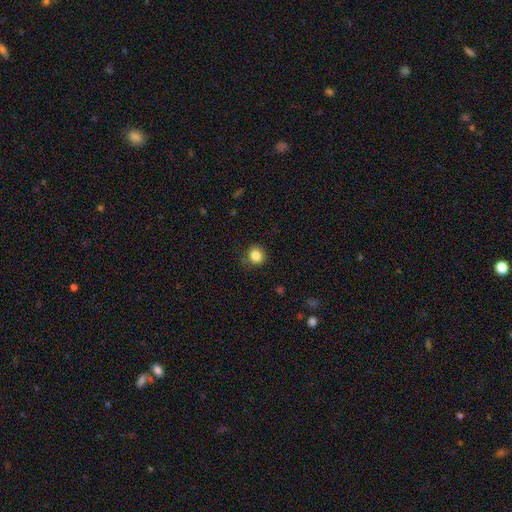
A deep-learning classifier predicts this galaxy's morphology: This is clearly a smooth galaxy (84%). How rounded: clearly round (83%). Merging: clearly none (83%).